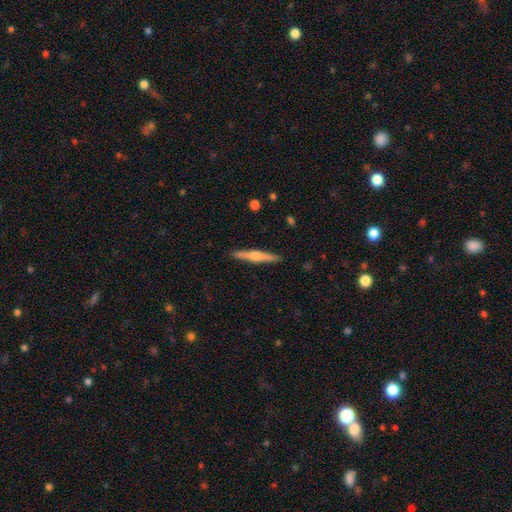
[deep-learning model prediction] This appears to be a featured or disk galaxy (58%) viewed edge-on (98%) with a rounded central bulge (78%). Merging: none (91%).